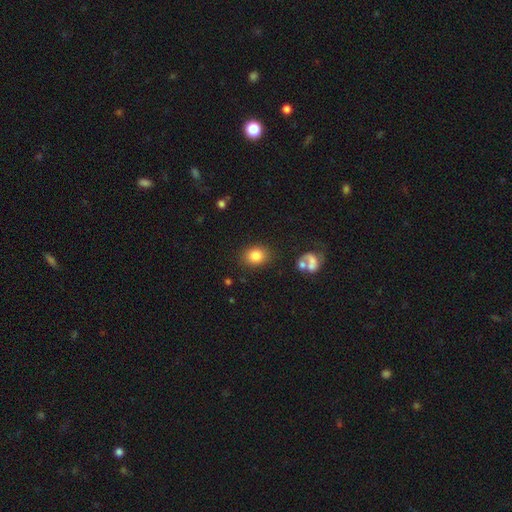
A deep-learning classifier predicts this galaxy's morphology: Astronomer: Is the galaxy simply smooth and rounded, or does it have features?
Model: smooth — 83%.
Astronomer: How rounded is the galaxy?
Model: round — 50% (runner-up: in between, 49%).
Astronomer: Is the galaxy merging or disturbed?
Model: none — 83%.